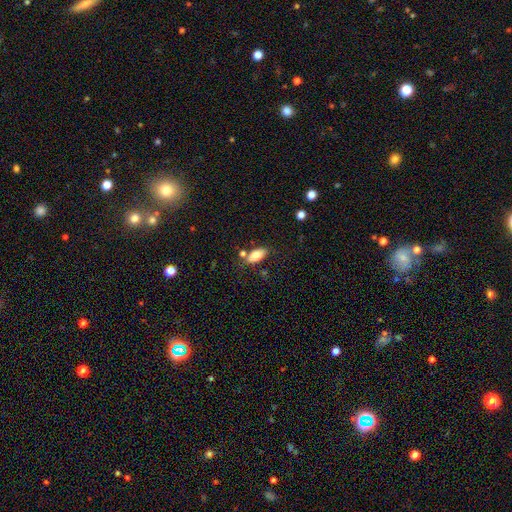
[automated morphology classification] Q: Smooth or featured?
A: smooth (79%); runner-up: featured or disk (14%)
Q: How rounded?
A: in between (89%); runner-up: cigar-shaped (8%)
Q: Merging?
A: none (69%); runner-up: minor disturbance (16%)